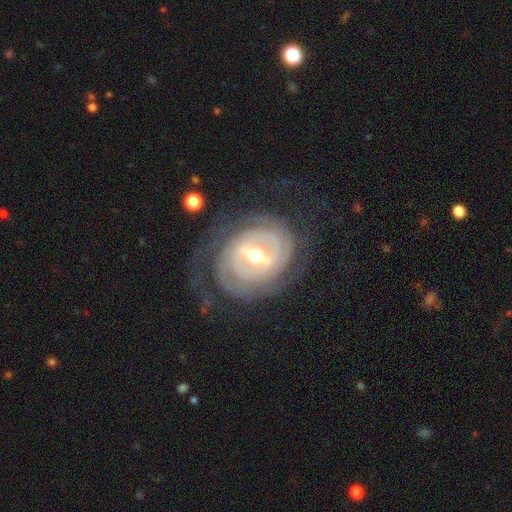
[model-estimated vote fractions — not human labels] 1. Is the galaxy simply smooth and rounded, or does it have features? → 90% featured or disk, 5% smooth, 4% star or artifact.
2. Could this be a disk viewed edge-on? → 97% no, 3% yes.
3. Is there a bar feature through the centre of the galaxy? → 50% strong, 40% weak, 11% no.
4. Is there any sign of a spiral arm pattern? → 95% yes, 5% no.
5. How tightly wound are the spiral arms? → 73% tight, 21% medium, 6% loose.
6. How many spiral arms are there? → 33% 2, 27% can't tell, 19% 3, 10% 4, 5% more than 4, 5% 1.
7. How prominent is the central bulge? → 67% moderate, 26% small, 5% large, 1% dominant, 1% none.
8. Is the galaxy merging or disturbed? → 70% none, 16% minor disturbance, 13% major disturbance, 1% merger.